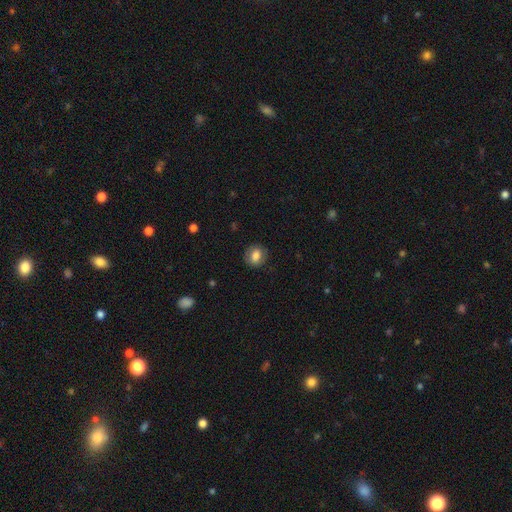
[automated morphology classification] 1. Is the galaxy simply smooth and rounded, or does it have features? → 79% smooth, 12% featured or disk, 8% star or artifact.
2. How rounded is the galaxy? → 60% round, 38% in between, 1% cigar-shaped.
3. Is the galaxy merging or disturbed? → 84% none, 11% minor disturbance, 4% major disturbance, 1% merger.